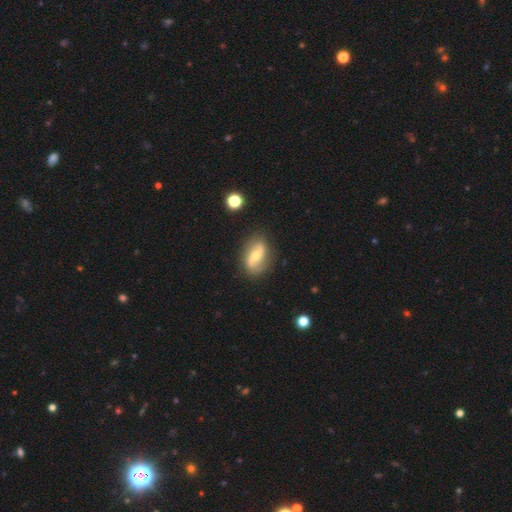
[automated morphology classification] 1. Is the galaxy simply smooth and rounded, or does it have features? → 68% featured or disk, 25% smooth, 7% star or artifact.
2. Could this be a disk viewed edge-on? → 92% no, 8% yes.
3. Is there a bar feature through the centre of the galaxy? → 35% weak, 34% strong, 31% no.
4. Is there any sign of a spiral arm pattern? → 77% yes, 23% no.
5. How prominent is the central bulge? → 65% moderate, 29% small, 4% large, 1% none, 1% dominant.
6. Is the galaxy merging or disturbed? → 82% none, 13% minor disturbance, 4% major disturbance, 2% merger.